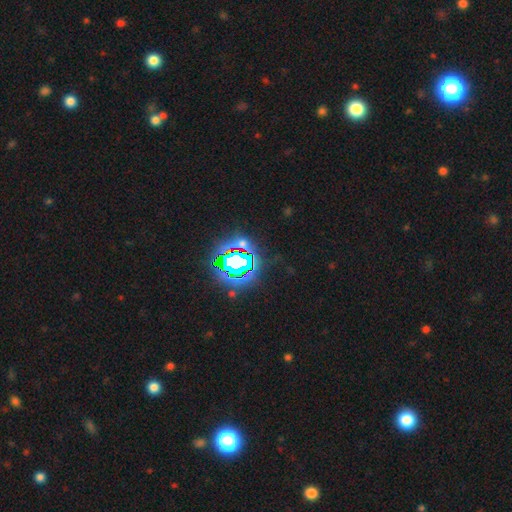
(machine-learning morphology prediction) star or artifact 82%, smooth 11%, featured or disk 7%.